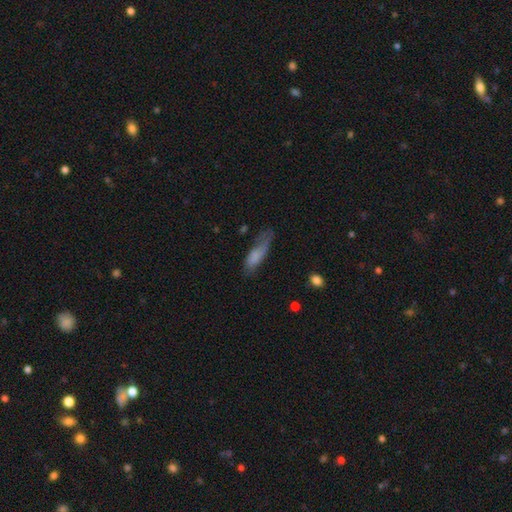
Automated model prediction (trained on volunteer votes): Smooth or featured: smooth — 72% (featured or disk — 20%)
How rounded: in between — 50% (cigar-shaped — 48%)
Merging: none — 38% (minor disturbance — 34%)